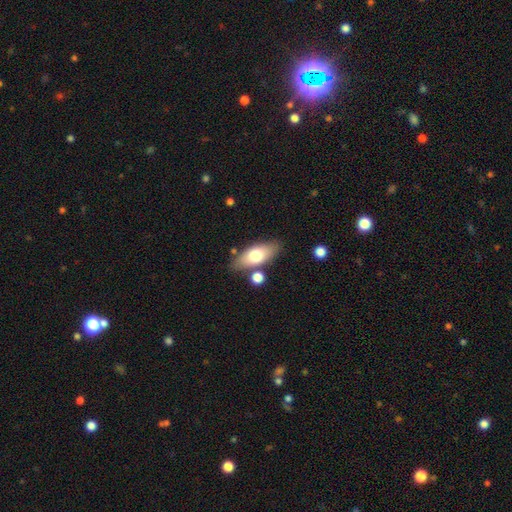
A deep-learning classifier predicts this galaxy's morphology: Smooth or featured: smooth — 68% (featured or disk — 26%)
How rounded: in between — 81% (cigar-shaped — 15%)
Merging: none — 78% (minor disturbance — 12%)